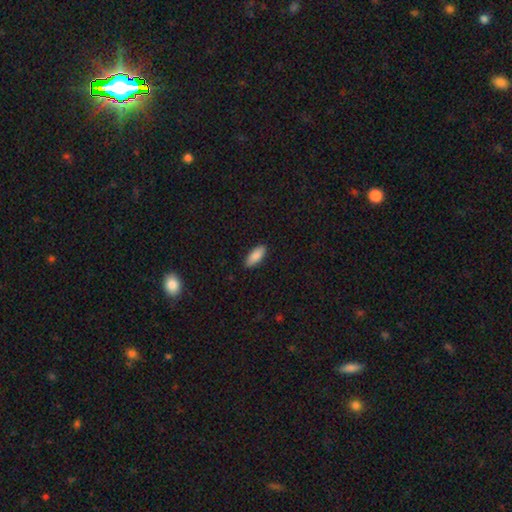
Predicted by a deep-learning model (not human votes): A smooth galaxy with no disk features (88%) that is in between round and cigar-shaped (79%). Merging: none (88%).